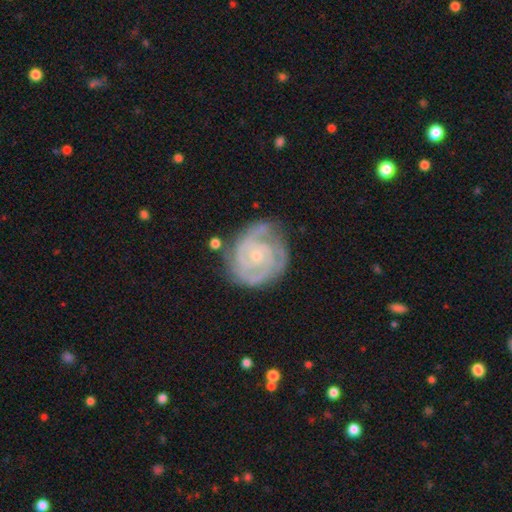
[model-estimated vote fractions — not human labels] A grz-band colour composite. It shows a featured or disk galaxy (87%) with no bar (73%), 2 (35%) tight (74%) spiral arms (96%) and a small central bulge (79%). Merging: none (70%).